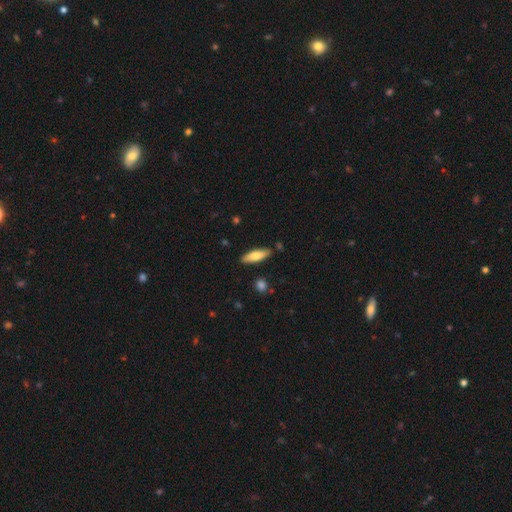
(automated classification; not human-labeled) smooth-or-featured: smooth: 72% | featured or disk: 22% | star or artifact: 6%
  how-rounded: cigar-shaped: 51% | in between: 48% | round: 2%
  merging: none: 85% | minor disturbance: 10% | merger: 3% | major disturbance: 2%